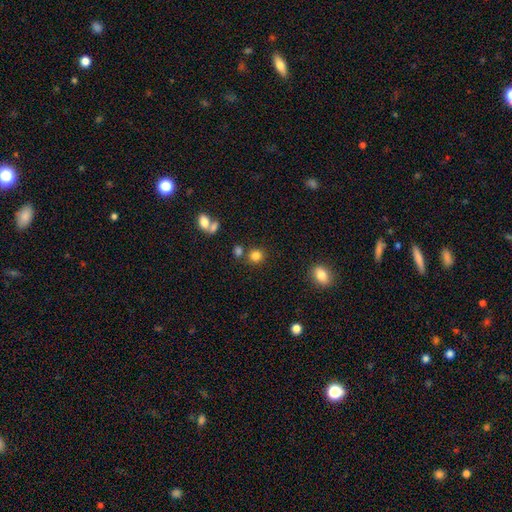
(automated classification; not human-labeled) This appears to be a smooth galaxy with no disk features (82%) that is round (85%). Merging: none (73%).